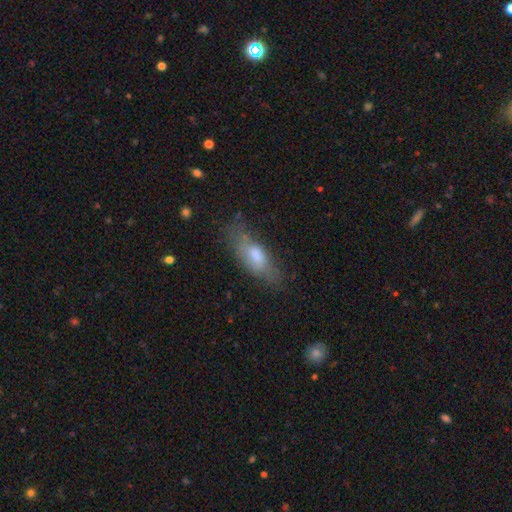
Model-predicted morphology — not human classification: smooth-or-featured: smooth: 65% | featured or disk: 27% | star or artifact: 8%
  how-rounded: in between: 67% | cigar-shaped: 30% | round: 3%
  merging: none: 56% | minor disturbance: 26% | major disturbance: 15% | merger: 3%